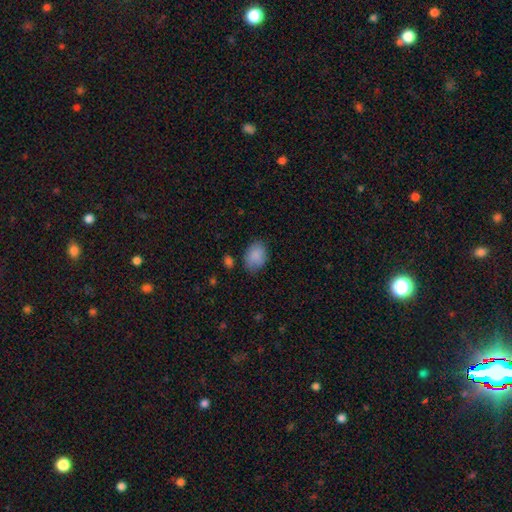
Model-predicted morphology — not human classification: A smooth galaxy with no disk features (87%) that is in between round and cigar-shaped (77%).

Vote fractions:
- Smooth or featured? smooth: 87% / star or artifact: 7% / featured or disk: 5%
- How rounded? in between: 77% / round: 22% / cigar-shaped: 1%
- Merging? none: 73% / minor disturbance: 19% / major disturbance: 5% / merger: 3%